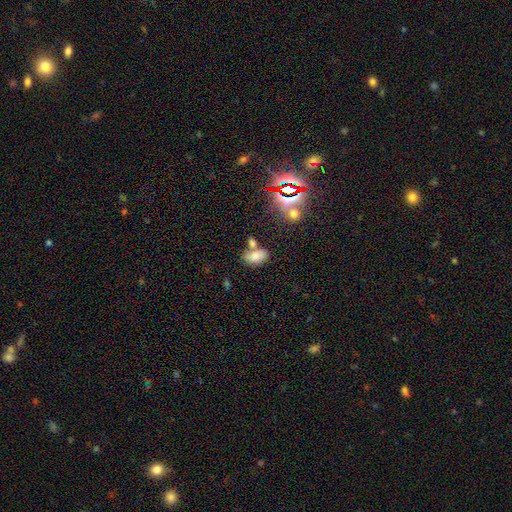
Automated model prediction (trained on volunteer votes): Q: Smooth or featured?
A: smooth (72%); runner-up: featured or disk (14%)
Q: How rounded?
A: in between (89%); runner-up: round (9%)
Q: Merging?
A: none (46%); runner-up: merger (31%)